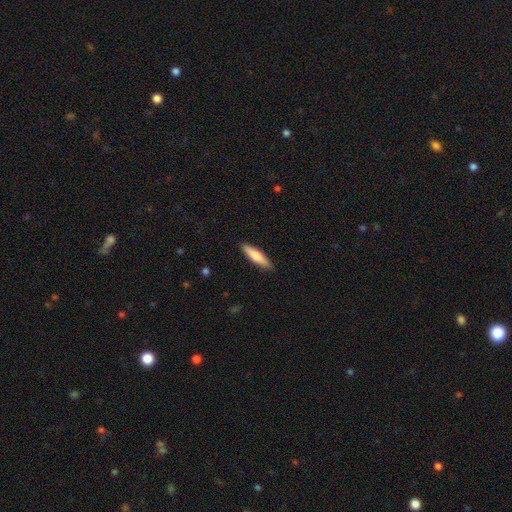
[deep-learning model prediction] Smooth or featured?
  - smooth: 76% *
  - featured or disk: 19%
  - star or artifact: 5%
How rounded?
  - cigar-shaped: 76% *
  - in between: 23%
  - round: 1%
Merging?
  - none: 89% *
  - minor disturbance: 8%
  - major disturbance: 2%
  - merger: 1%